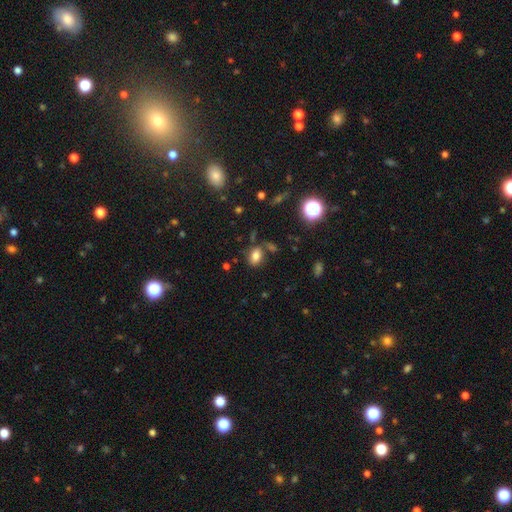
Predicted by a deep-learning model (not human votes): A smooth galaxy with no disk features (78%) that is in between round and cigar-shaped (78%). Merging: none (69%).